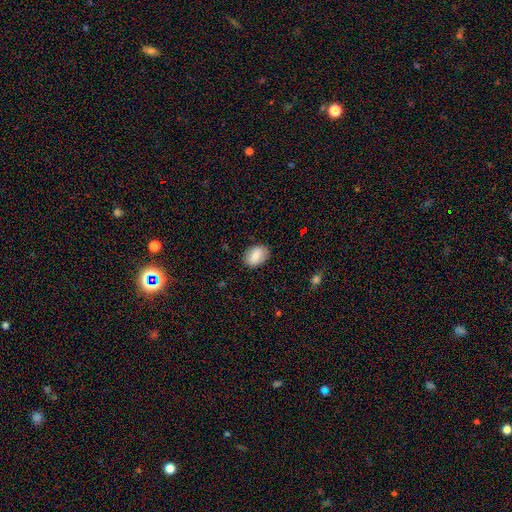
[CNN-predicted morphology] The model was most divided on "how rounded": in between: 83%, round: 16%, cigar-shaped: 1%. More confident: merging — none (84%); smooth or featured — smooth (83%).